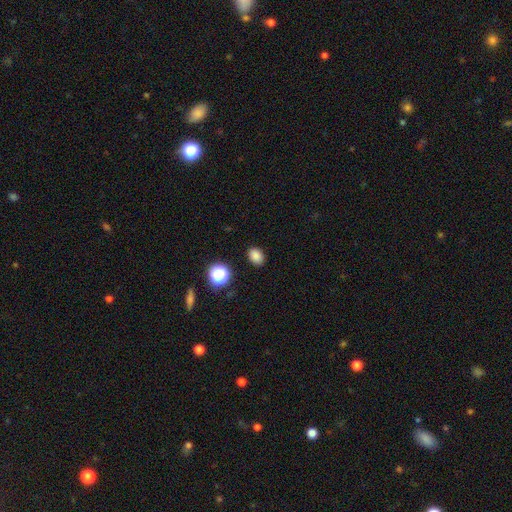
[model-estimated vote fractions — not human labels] smooth-or-featured: smooth: 83% | star or artifact: 13% | featured or disk: 4%
  how-rounded: in between: 67% | round: 32% | cigar-shaped: 1%
  merging: none: 88% | minor disturbance: 8% | major disturbance: 2% | merger: 1%